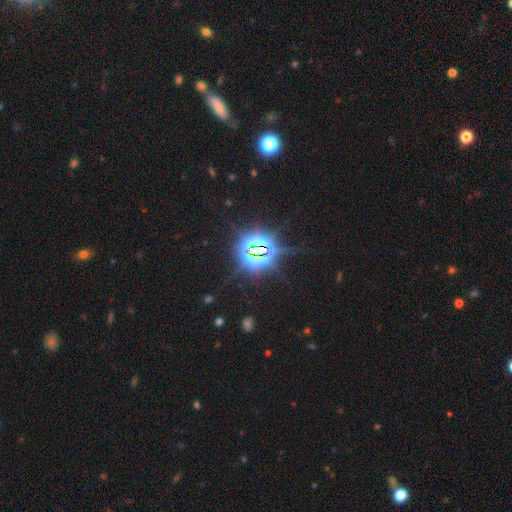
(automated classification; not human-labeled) star or artifact 86%, featured or disk 8%, smooth 7%.